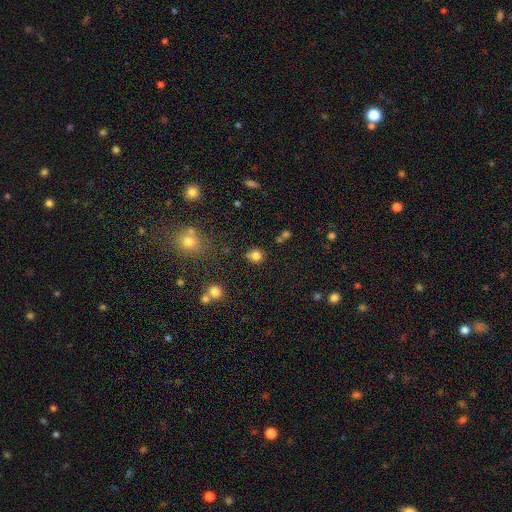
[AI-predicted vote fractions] This appears to be a smooth galaxy with no disk features (79%) that is round (82%). Merging: none (68%).